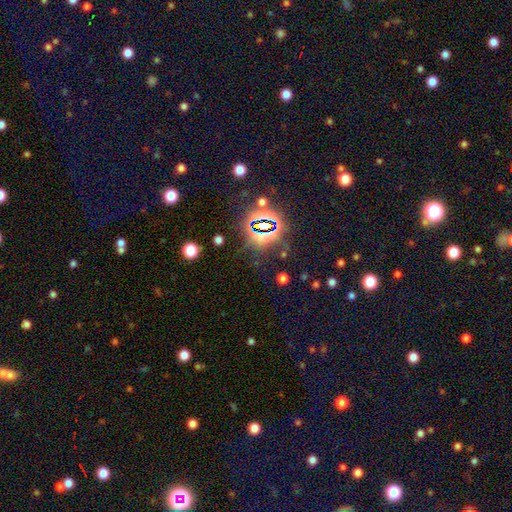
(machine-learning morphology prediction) star or artifact 82%, smooth 10%, featured or disk 8%.